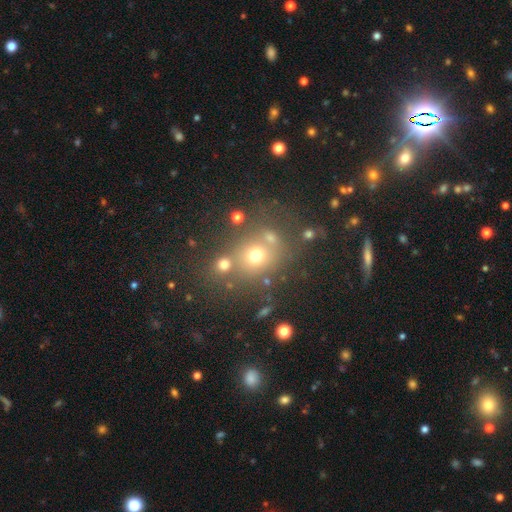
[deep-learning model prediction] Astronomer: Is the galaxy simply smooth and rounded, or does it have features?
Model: smooth — 64%.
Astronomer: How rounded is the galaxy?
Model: round — 76%.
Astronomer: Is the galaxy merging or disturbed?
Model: none — 62%.